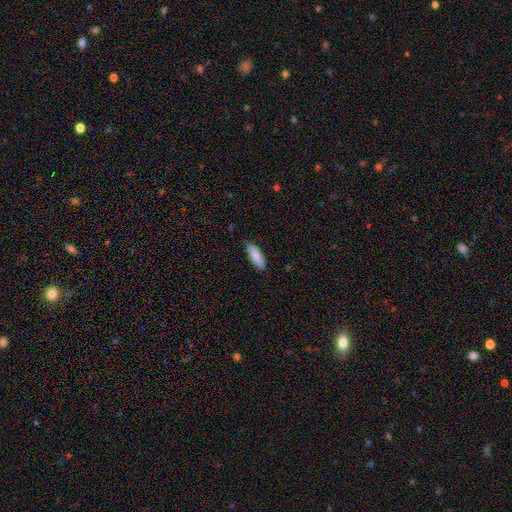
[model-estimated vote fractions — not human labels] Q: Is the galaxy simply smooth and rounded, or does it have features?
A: smooth — 86%.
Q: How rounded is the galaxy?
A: in between — 63%.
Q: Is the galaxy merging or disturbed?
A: none — 85%.